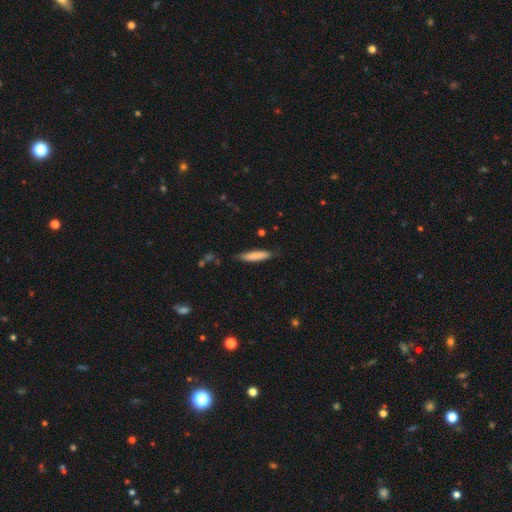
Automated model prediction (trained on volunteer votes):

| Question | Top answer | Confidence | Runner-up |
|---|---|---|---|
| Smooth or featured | smooth | 82% | featured or disk (12%) |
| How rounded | cigar-shaped | 85% | in between (13%) |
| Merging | none | 80% | minor disturbance (16%) |